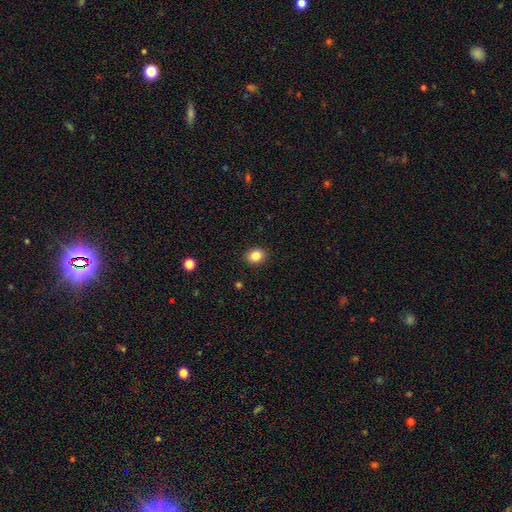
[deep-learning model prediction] A smooth galaxy with no disk features (84%) that is round (61%).

Vote fractions:
- Smooth or featured? smooth: 84% / star or artifact: 10% / featured or disk: 6%
- How rounded? round: 61% / in between: 38% / cigar-shaped: 1%
- Merging? none: 91% / minor disturbance: 6% / major disturbance: 2% / merger: 1%